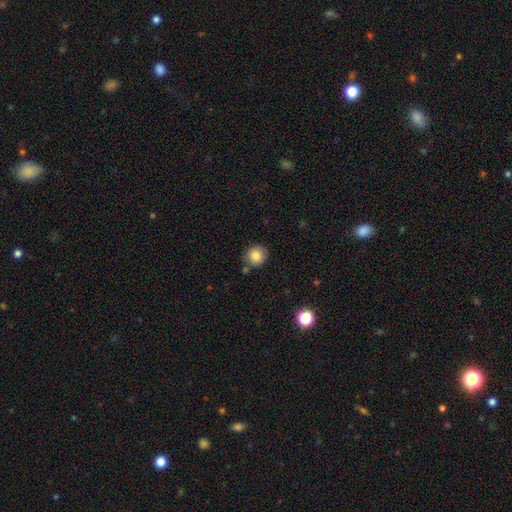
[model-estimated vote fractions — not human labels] This appears to be a smooth galaxy with no disk features (84%) that is round (90%). Merging: none (81%).